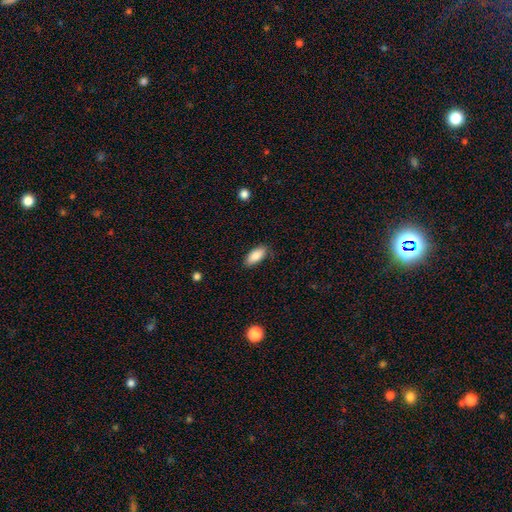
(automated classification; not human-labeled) Q: Smooth or featured?
A: smooth (87%); runner-up: star or artifact (7%)
Q: How rounded?
A: in between (88%); runner-up: cigar-shaped (9%)
Q: Merging?
A: none (82%); runner-up: minor disturbance (14%)